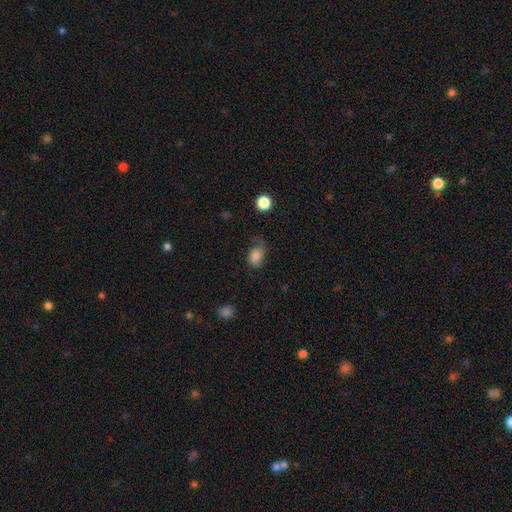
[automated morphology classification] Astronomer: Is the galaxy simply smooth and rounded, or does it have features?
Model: smooth — 78%.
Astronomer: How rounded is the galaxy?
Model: in between — 79%.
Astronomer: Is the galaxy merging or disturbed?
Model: none — 48% (runner-up: minor disturbance, 33%).